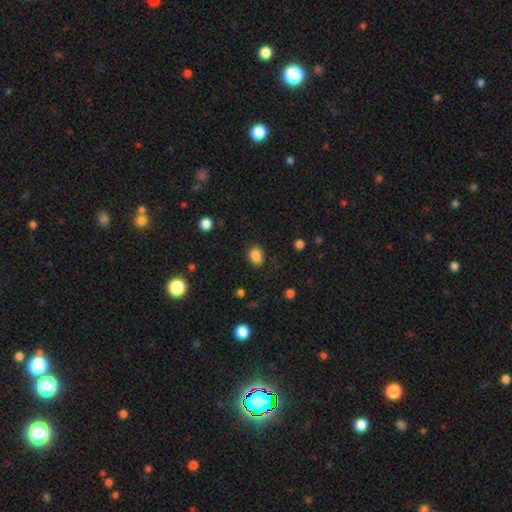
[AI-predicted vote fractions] Smooth or featured?
  - smooth: 85% *
  - star or artifact: 10%
  - featured or disk: 5%
How rounded?
  - in between: 57% *
  - round: 42%
  - cigar-shaped: 1%
Merging?
  - none: 81% *
  - minor disturbance: 14%
  - major disturbance: 4%
  - merger: 2%